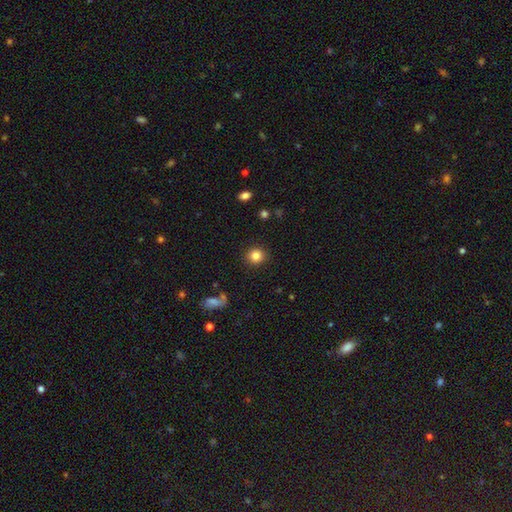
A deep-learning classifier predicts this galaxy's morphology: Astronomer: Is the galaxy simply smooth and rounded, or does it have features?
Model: smooth — 84%.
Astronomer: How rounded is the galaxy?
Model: round — 90%.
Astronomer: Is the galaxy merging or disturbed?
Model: none — 90%.